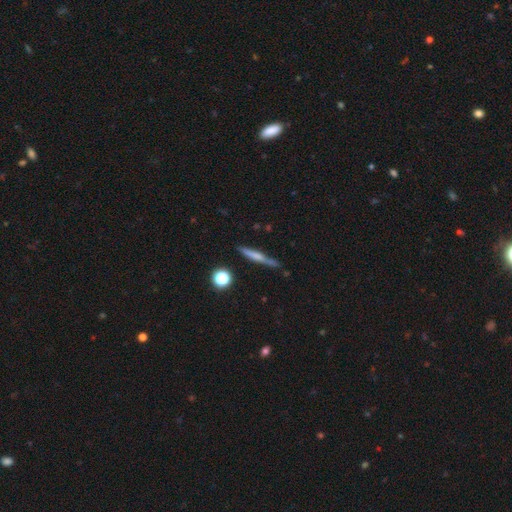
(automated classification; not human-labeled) smooth_or_featured: smooth (p=0.48) [alt: featured or disk p=0.42]
merging: none (p=0.76) [alt: minor disturbance p=0.15]